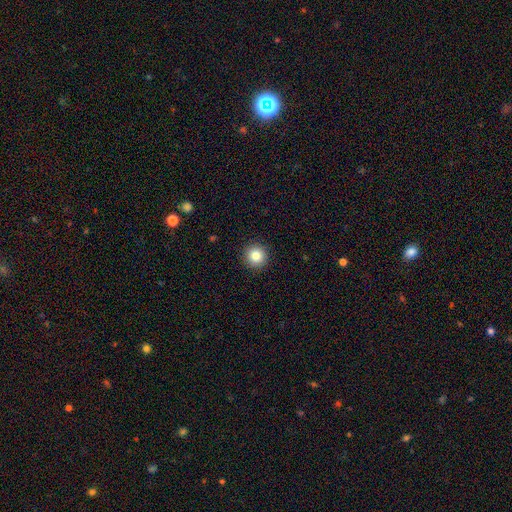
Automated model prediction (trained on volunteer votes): This is clearly a smooth galaxy (83%). How rounded: clearly round (96%). Merging: clearly none (93%).